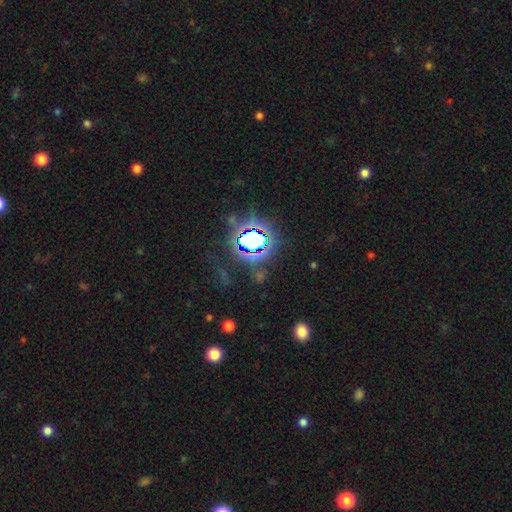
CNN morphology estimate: Overall: star or artifact (81%).